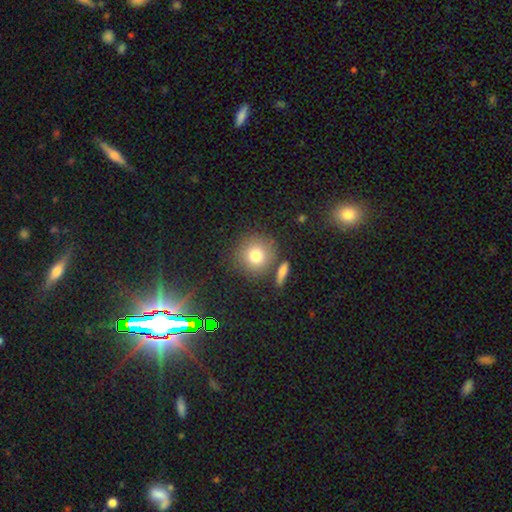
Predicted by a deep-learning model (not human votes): smooth_or_featured: smooth (p=0.77) [alt: star or artifact p=0.13]
how_rounded: round (p=0.92) [alt: in between p=0.07]
merging: none (p=0.79) [alt: minor disturbance p=0.09]